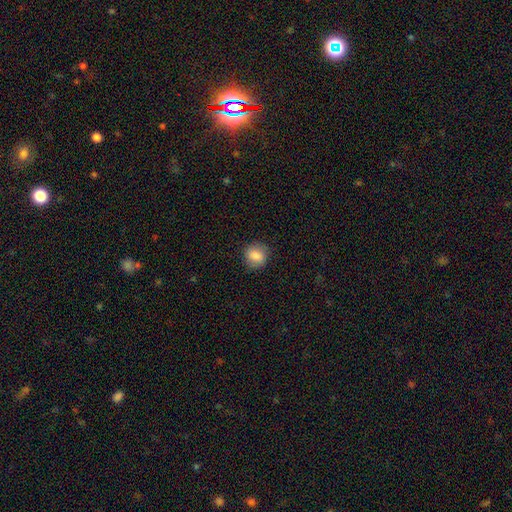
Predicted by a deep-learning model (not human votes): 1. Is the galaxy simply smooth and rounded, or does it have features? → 84% smooth, 9% star or artifact, 7% featured or disk.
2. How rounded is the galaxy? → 77% round, 22% in between, 1% cigar-shaped.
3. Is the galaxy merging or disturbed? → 84% none, 11% minor disturbance, 3% major disturbance, 1% merger.